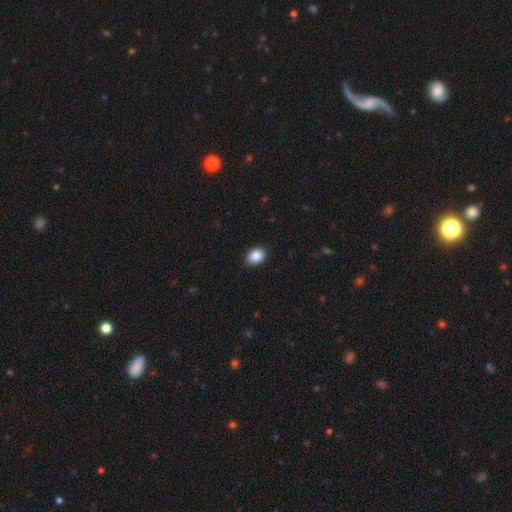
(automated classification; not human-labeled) smooth-or-featured: smooth: 86% | star or artifact: 9% | featured or disk: 5%
  how-rounded: in between: 67% | round: 32% | cigar-shaped: 1%
  merging: none: 90% | minor disturbance: 7% | major disturbance: 2% | merger: 1%